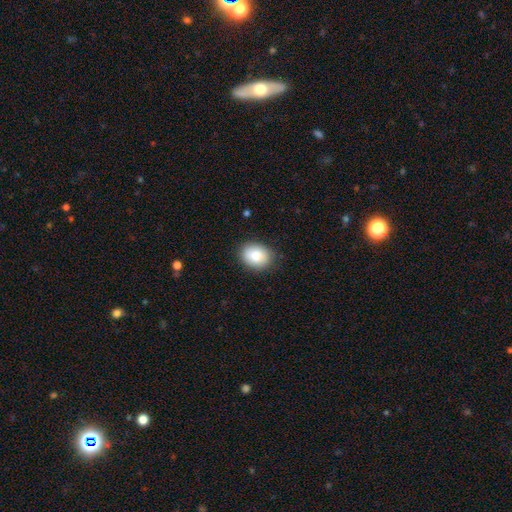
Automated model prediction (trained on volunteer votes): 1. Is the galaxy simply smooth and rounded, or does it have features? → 83% smooth, 9% featured or disk, 8% star or artifact.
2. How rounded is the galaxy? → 57% in between, 42% round, 1% cigar-shaped.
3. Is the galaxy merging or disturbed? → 86% none, 10% minor disturbance, 2% major disturbance, 1% merger.